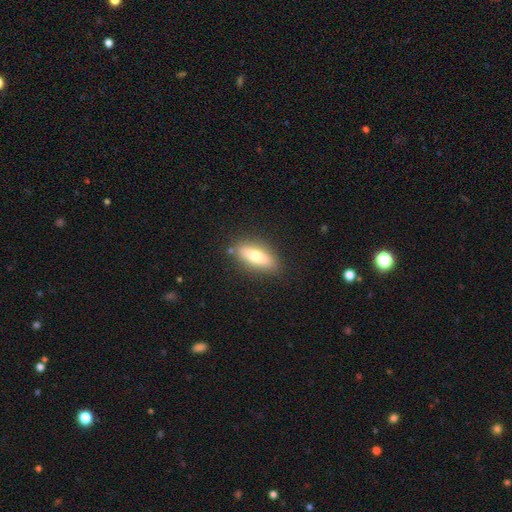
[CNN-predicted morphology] Smooth or featured?
  - smooth: 64% *
  - featured or disk: 29%
  - star or artifact: 7%
How rounded?
  - in between: 63% *
  - cigar-shaped: 34%
  - round: 3%
Merging?
  - none: 85% *
  - minor disturbance: 10%
  - major disturbance: 3%
  - merger: 2%